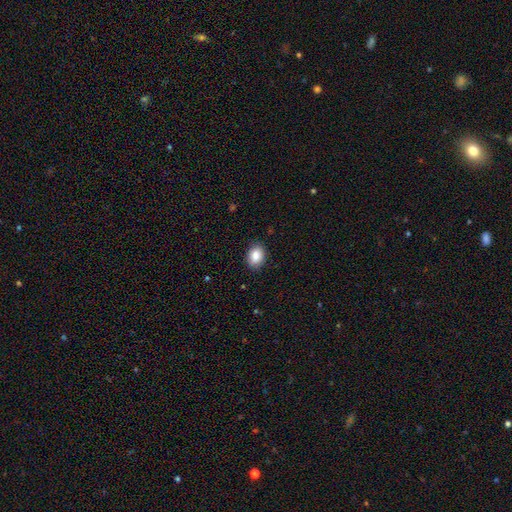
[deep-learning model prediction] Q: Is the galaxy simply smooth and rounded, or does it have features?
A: smooth — 87%.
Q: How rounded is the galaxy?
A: in between — 74%.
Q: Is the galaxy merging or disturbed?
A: none — 87%.